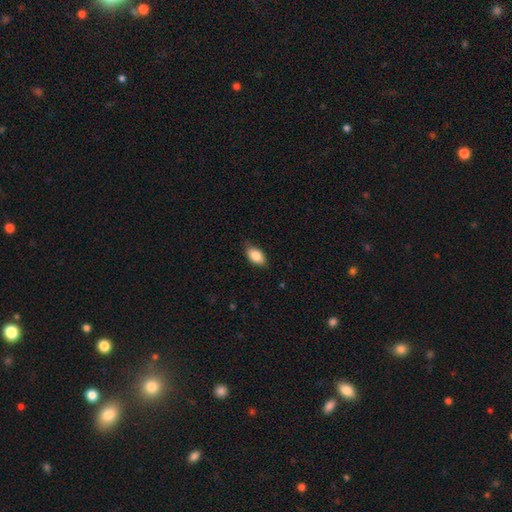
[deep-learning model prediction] Q: Smooth or featured?
A: smooth (85%); runner-up: featured or disk (8%)
Q: How rounded?
A: in between (91%); runner-up: round (5%)
Q: Merging?
A: none (78%); runner-up: minor disturbance (19%)